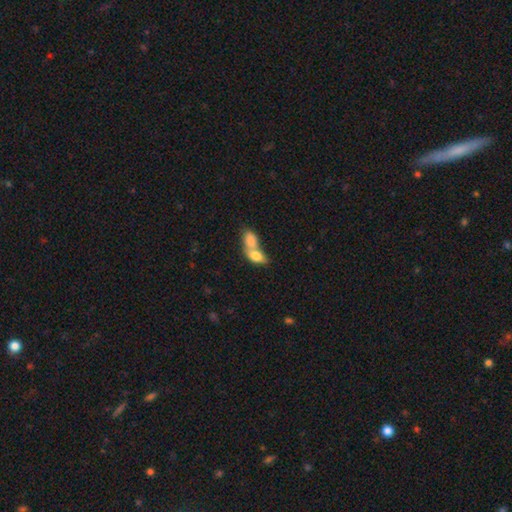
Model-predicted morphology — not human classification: Smooth or featured? Predicted: smooth (p=0.78). How rounded? Predicted: in between (p=0.84). Merging? Predicted: merger (p=0.76).